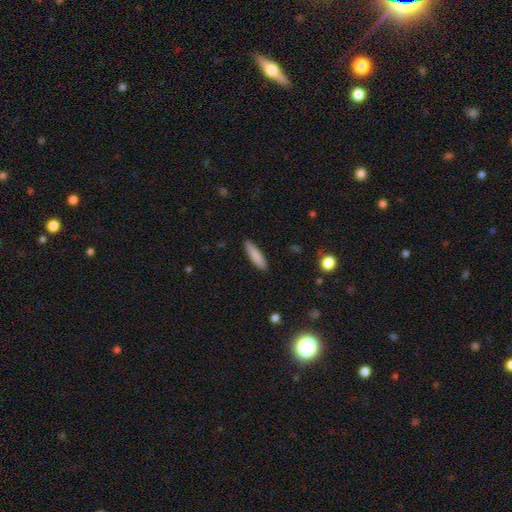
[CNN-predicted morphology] smooth_or_featured: smooth (p=0.85) [alt: featured or disk p=0.09]
how_rounded: cigar-shaped (p=0.75) [alt: in between p=0.24]
merging: none (p=0.88) [alt: minor disturbance p=0.09]